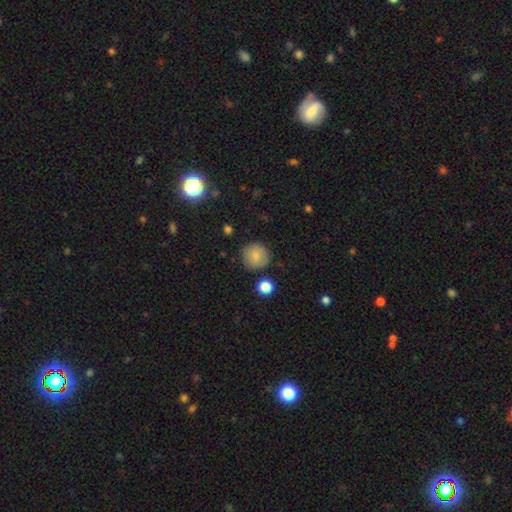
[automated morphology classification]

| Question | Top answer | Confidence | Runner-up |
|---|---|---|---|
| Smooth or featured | smooth | 81% | star or artifact (10%) |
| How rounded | round | 94% | in between (5%) |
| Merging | none | 86% | minor disturbance (9%) |